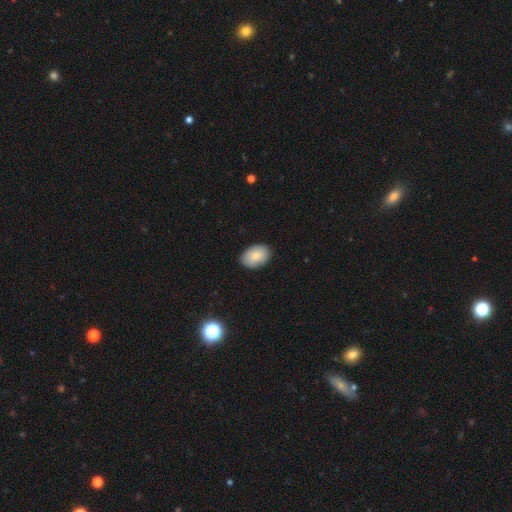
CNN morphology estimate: Smooth or featured: smooth — 85% (featured or disk — 8%)
How rounded: in between — 87% (round — 12%)
Merging: none — 87% (minor disturbance — 10%)